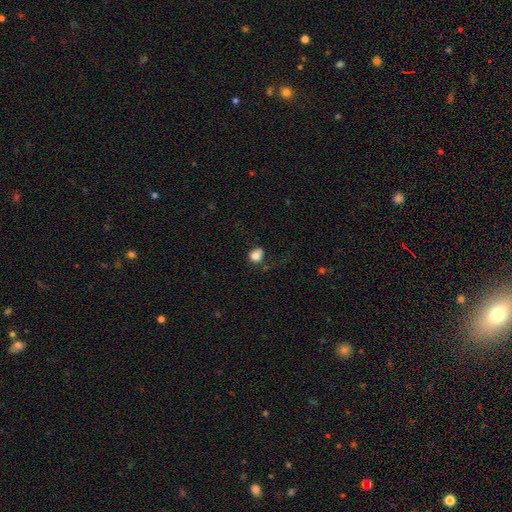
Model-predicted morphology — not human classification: This appears to be a smooth galaxy with no disk features (81%) that is round (66%). Merging: none (53%).